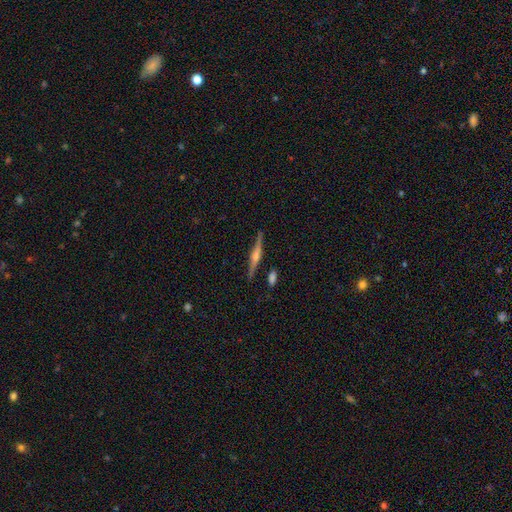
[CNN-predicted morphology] A featured or disk galaxy (81%) viewed edge-on (98%) with a rounded central bulge (88%). Merging: none (88%).